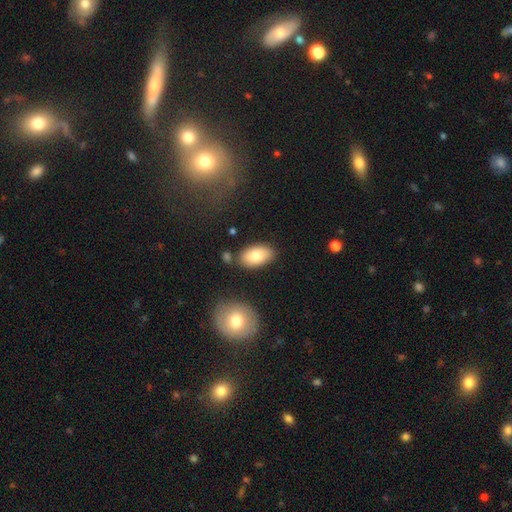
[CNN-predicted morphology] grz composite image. It shows a smooth galaxy with no disk features (82%) that is in between round and cigar-shaped (94%). Merging: none (78%).